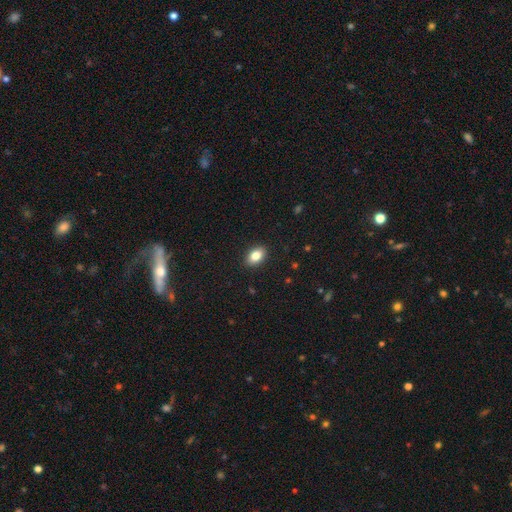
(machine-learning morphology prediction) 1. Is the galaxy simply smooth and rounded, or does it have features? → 84% smooth, 8% star or artifact, 8% featured or disk.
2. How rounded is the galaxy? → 88% in between, 10% round, 2% cigar-shaped.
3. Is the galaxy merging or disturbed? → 90% none, 7% minor disturbance, 2% major disturbance, 1% merger.